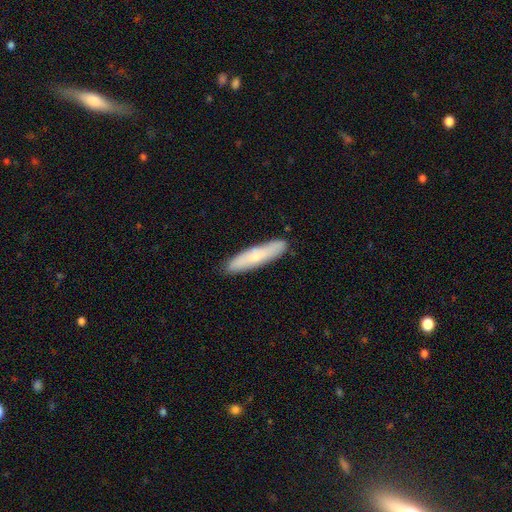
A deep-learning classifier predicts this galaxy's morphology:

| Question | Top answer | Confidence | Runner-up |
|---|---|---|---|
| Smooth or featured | smooth | 65% | featured or disk (30%) |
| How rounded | cigar-shaped | 84% | in between (15%) |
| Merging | none | 89% | minor disturbance (8%) |